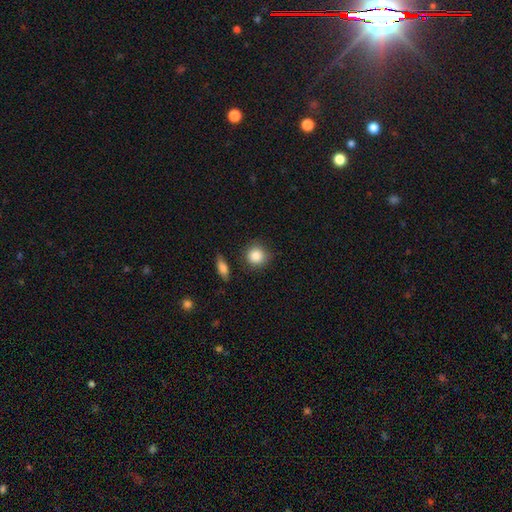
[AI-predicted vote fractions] smooth-or-featured: smooth: 86% | star or artifact: 8% | featured or disk: 6%
  how-rounded: round: 88% | in between: 10% | cigar-shaped: 1%
  merging: none: 81% | minor disturbance: 12% | merger: 4% | major disturbance: 3%